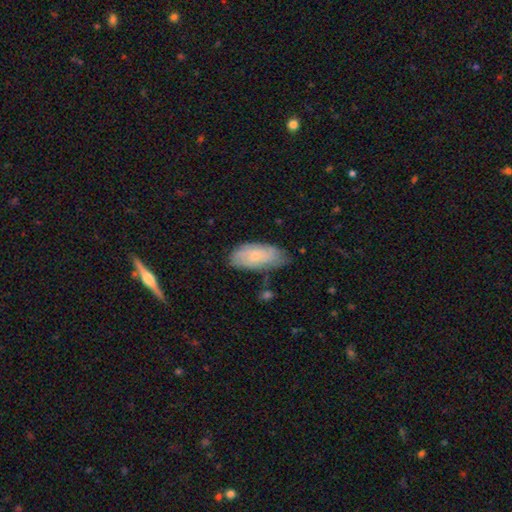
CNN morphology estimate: Smooth or featured: smooth — 63% (featured or disk — 31%)
How rounded: in between — 91% (cigar-shaped — 6%)
Merging: none — 57% (minor disturbance — 33%)